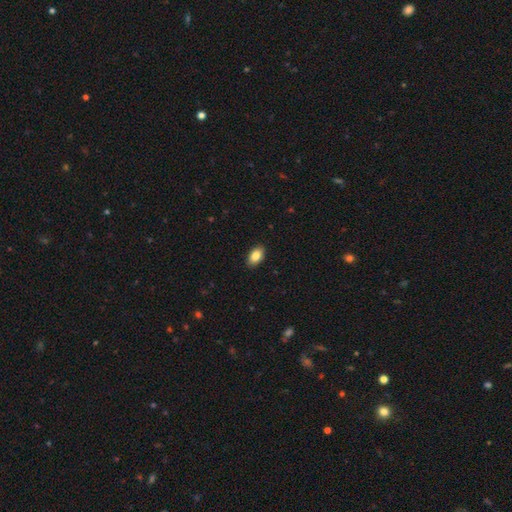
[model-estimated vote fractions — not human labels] A smooth galaxy with no disk features (86%) that is in between round and cigar-shaped (91%). Merging: none (90%).